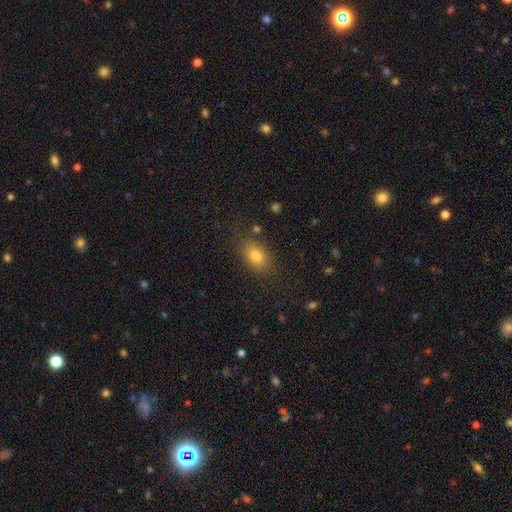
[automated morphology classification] Smooth or featured? smooth (82%)
How rounded? in between (84%)
Merging? none (79%)